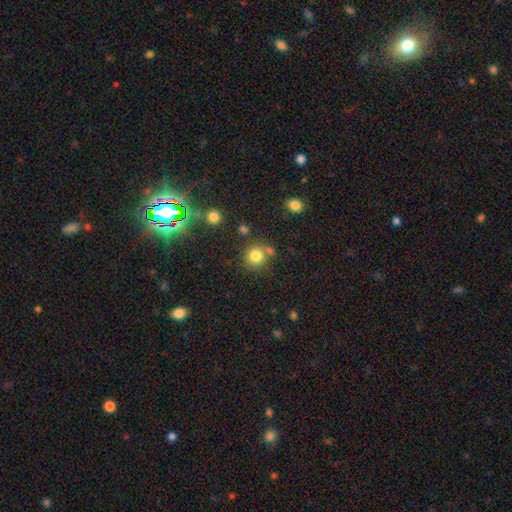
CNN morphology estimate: A smooth galaxy with no disk features (81%) that is round (90%).

Vote fractions:
- Smooth or featured? smooth: 81% / star or artifact: 12% / featured or disk: 7%
- How rounded? round: 90% / in between: 9% / cigar-shaped: 1%
- Merging? none: 70% / merger: 15% / minor disturbance: 11% / major disturbance: 4%